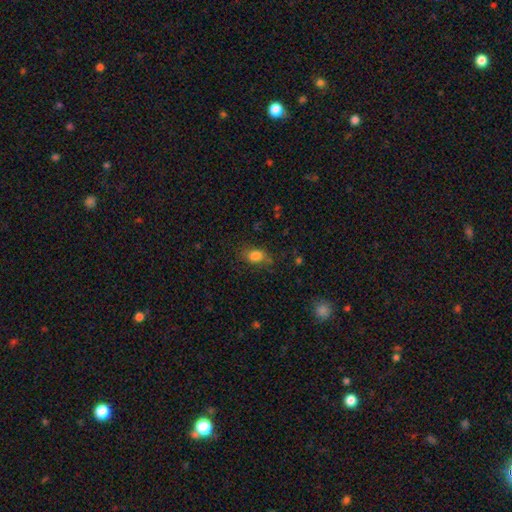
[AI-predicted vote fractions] Smooth or featured?
  - smooth: 82% *
  - star or artifact: 11%
  - featured or disk: 7%
How rounded?
  - in between: 77% *
  - round: 20%
  - cigar-shaped: 2%
Merging?
  - none: 70% *
  - minor disturbance: 21%
  - major disturbance: 7%
  - merger: 2%